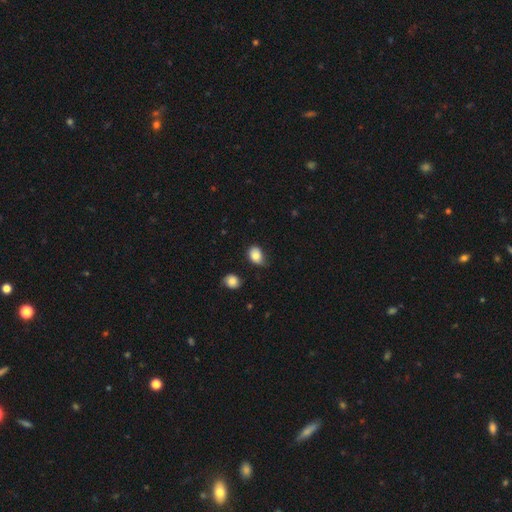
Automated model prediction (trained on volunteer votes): This appears to be a smooth galaxy with no disk features (82%) that is in between round and cigar-shaped (71%). Merging: none (59%).